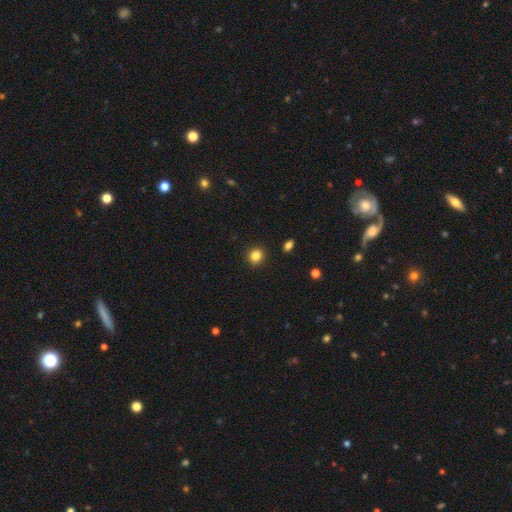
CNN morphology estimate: The model was most divided on "how rounded": round: 82%, in between: 17%, cigar-shaped: 1%. More confident: merging — none (91%); smooth or featured — smooth (84%).